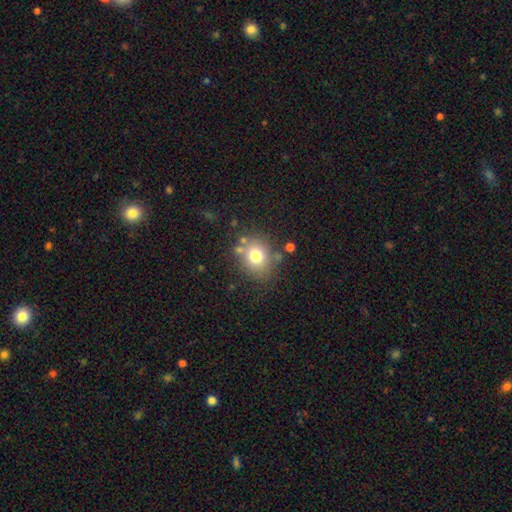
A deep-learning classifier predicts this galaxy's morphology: Smooth or featured?
  - smooth: 73% *
  - star or artifact: 14%
  - featured or disk: 13%
How rounded?
  - round: 69% *
  - in between: 31%
  - cigar-shaped: 1%
Merging?
  - none: 73% *
  - minor disturbance: 14%
  - merger: 8%
  - major disturbance: 6%